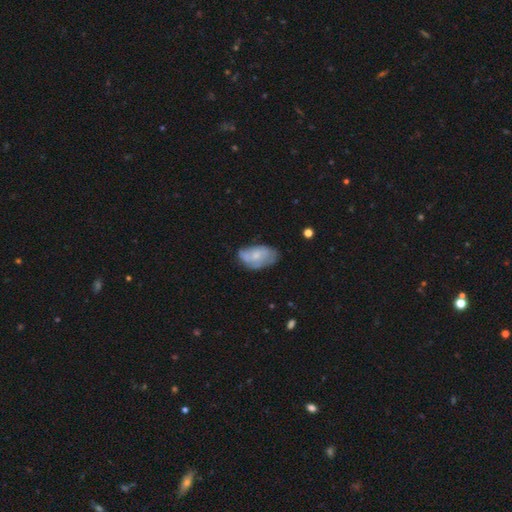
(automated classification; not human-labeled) smooth 47%, featured or disk 46%, star or artifact 7%. Down the decision tree: merging — none (51%).